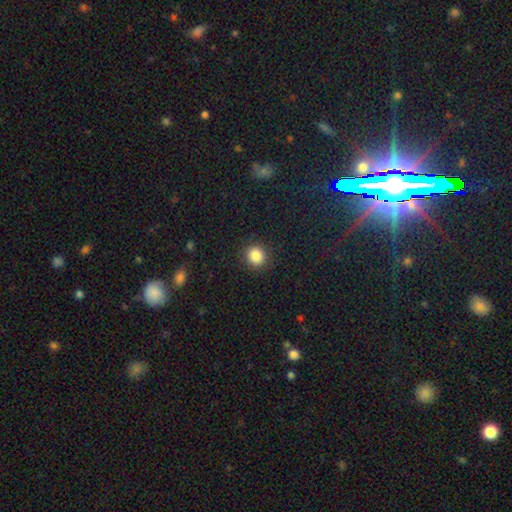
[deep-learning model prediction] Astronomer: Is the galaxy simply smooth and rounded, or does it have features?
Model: smooth — 85%.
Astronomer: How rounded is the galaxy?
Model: round — 85%.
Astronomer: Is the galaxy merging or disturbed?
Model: none — 90%.